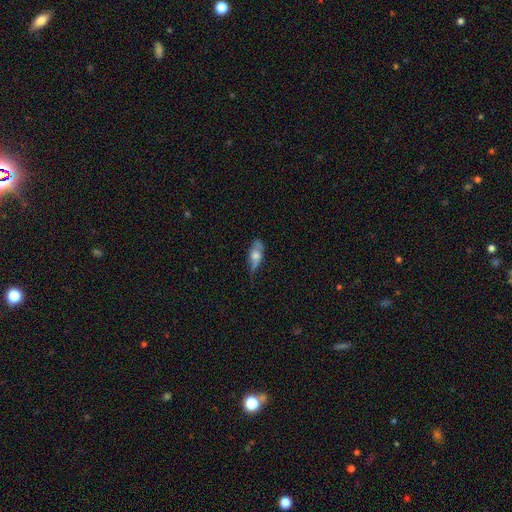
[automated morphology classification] Overall: smooth (54%; featured or disk 39%). How rounded: in between (68%). Merging: none (48%; minor disturbance 36%).